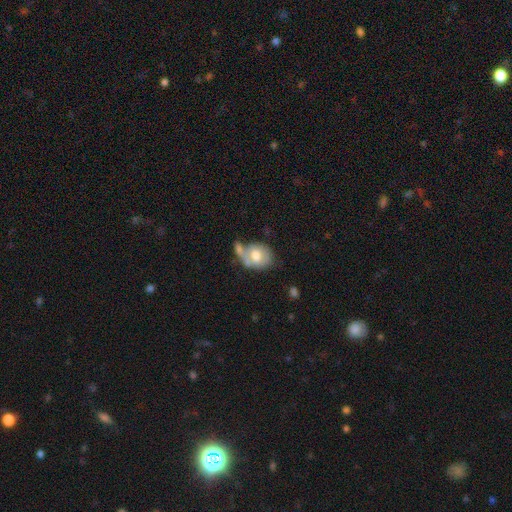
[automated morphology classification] Smooth or featured?
  - smooth: 59% *
  - featured or disk: 34%
  - star or artifact: 7%
How rounded?
  - in between: 56% *
  - round: 42%
  - cigar-shaped: 1%
Merging?
  - merger: 33% * (tied)
  - none: 33% * (tied)
  - minor disturbance: 21%
  - major disturbance: 14%